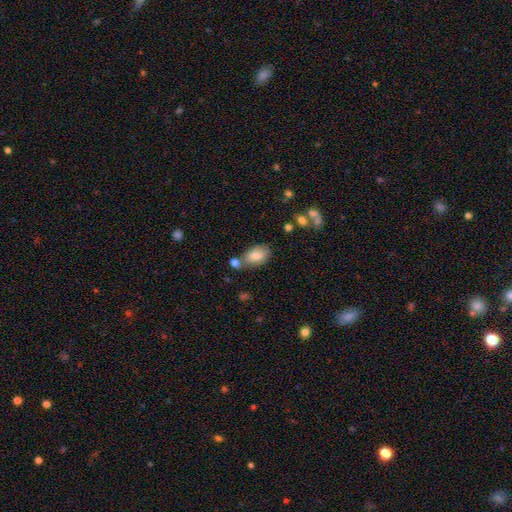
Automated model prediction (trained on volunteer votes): Morphology: type=smooth (78%); roundness=in between (92%); merging=none (63%).